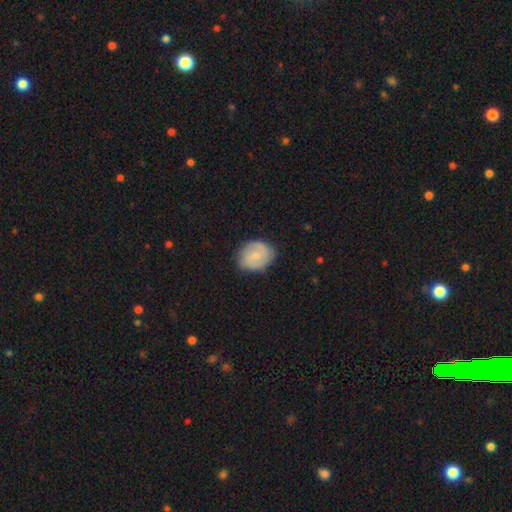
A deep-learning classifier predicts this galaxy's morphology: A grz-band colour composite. It shows a smooth galaxy with no disk features (49%). Merging: none (79%).